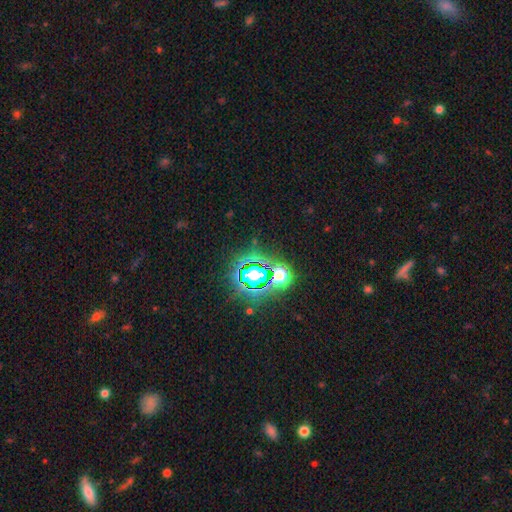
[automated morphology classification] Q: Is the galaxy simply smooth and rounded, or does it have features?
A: star or artifact — 79%.